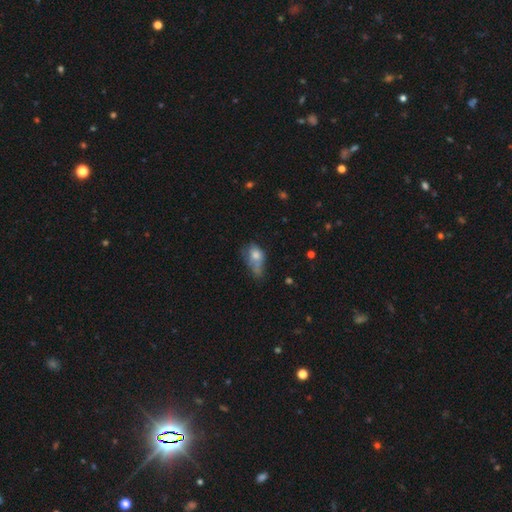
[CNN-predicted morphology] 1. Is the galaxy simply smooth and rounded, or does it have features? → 66% smooth, 24% featured or disk, 11% star or artifact.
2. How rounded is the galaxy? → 78% in between, 19% round, 4% cigar-shaped.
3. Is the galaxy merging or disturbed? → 29% major disturbance (tied), 29% minor disturbance (tied), 23% none, 19% merger.